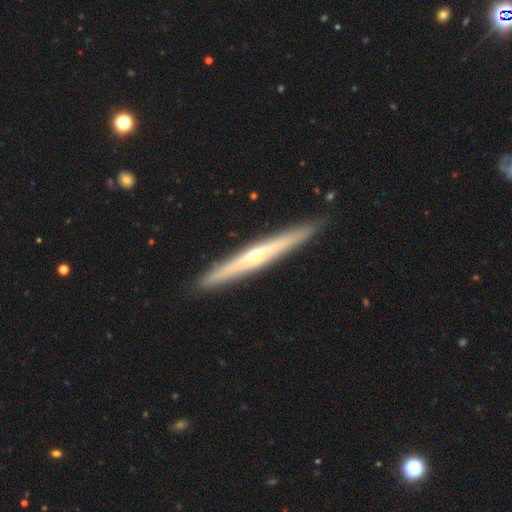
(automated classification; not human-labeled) This is likely a featured or disk galaxy (73%). It is clearly viewed edge-on (96%). Edge-on bulge: likely rounded (80%). Merging: clearly none (91%).